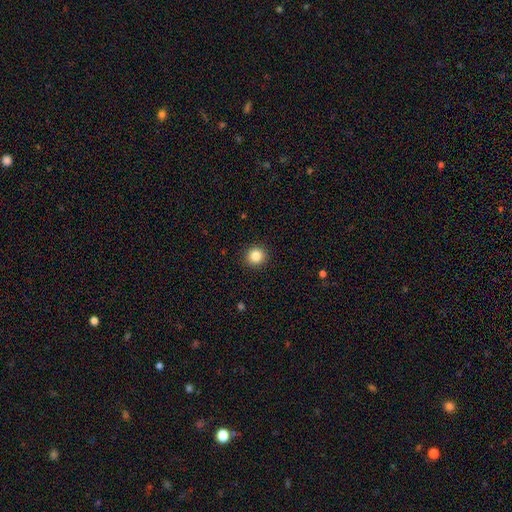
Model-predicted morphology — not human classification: type=smooth (85%); roundness=round (92%); merging=none (92%).